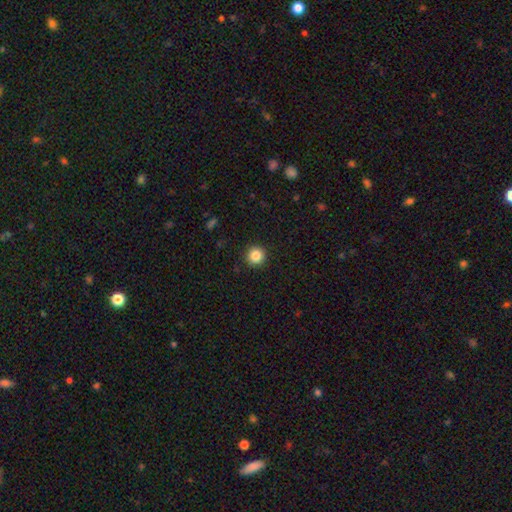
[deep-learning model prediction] Overall: smooth (85%). How rounded: round (95%). Merging: none (92%).